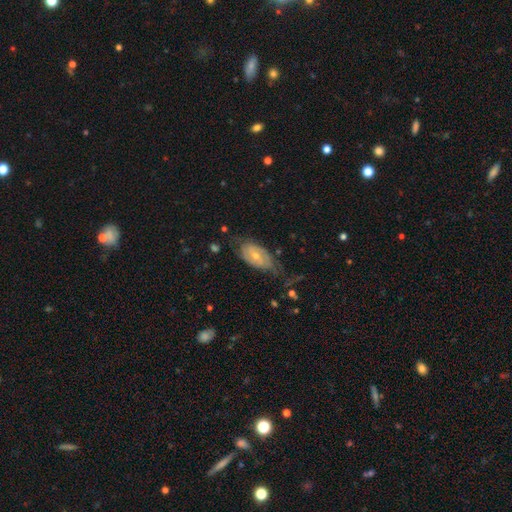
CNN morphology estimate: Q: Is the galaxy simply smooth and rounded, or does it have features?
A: featured or disk — 63%.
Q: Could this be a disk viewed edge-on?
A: no — 92%.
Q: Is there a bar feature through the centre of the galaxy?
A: no — 51%.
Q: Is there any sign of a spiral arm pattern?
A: yes — 78%.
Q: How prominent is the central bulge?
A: small — 53%.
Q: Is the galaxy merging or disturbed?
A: none — 47%.